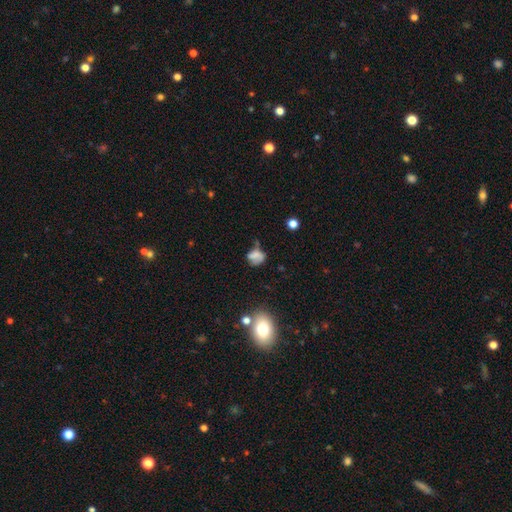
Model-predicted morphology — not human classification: smooth 64%, featured or disk 22%, star or artifact 14%. Down the decision tree: how rounded — in between (55%); merging — none (37%).